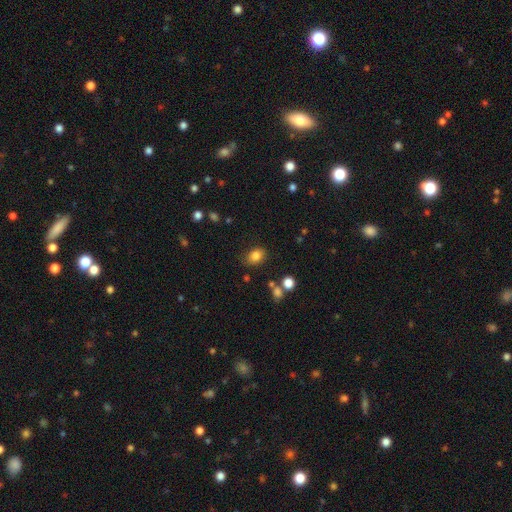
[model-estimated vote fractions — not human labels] Smooth or featured?
  - smooth: 83% *
  - star or artifact: 11%
  - featured or disk: 6%
How rounded?
  - in between: 70% *
  - round: 29%
  - cigar-shaped: 1%
Merging?
  - none: 79% *
  - minor disturbance: 14%
  - major disturbance: 4%
  - merger: 3%